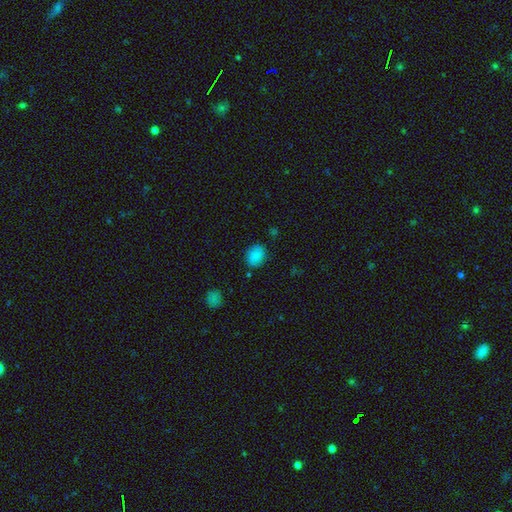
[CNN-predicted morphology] A smooth galaxy with no disk features (85%) that is in between round and cigar-shaped (50%). Merging: none (82%).